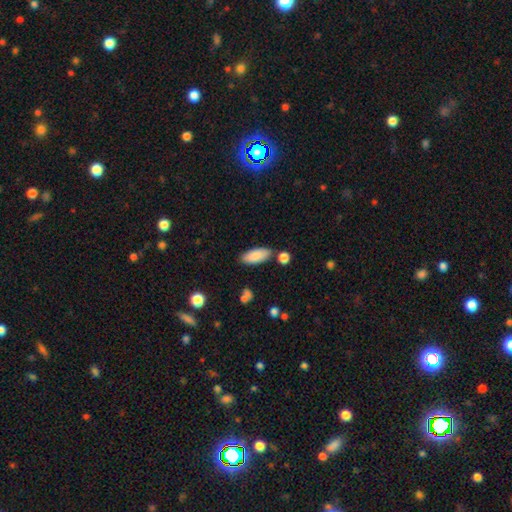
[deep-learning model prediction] This appears to be a smooth galaxy with no disk features (87%) that is in between round and cigar-shaped (85%). Merging: none (79%).